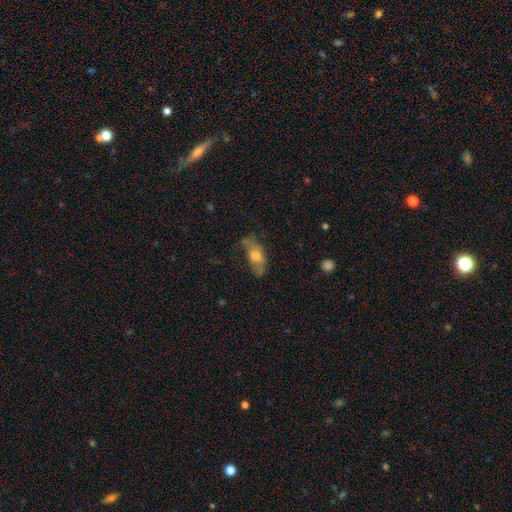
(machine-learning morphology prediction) Smooth or featured? Predicted: smooth (p=0.53). How rounded? Predicted: in between (p=0.79). Merging? Predicted: none (p=0.49).